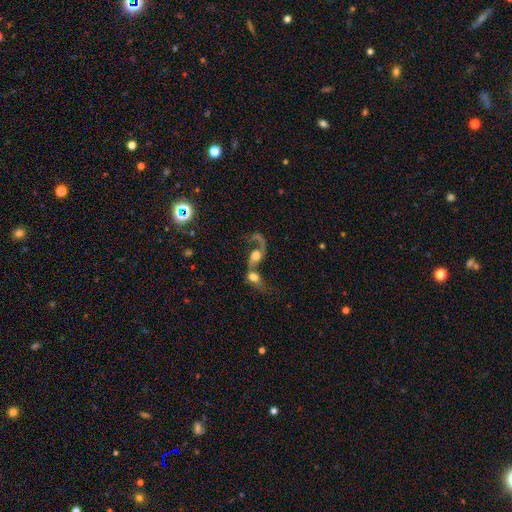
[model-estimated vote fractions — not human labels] A featured or disk galaxy (62%) with no bar (68%), spiral arms (81%) and a moderate central bulge (43%). Merging: merger (76%).